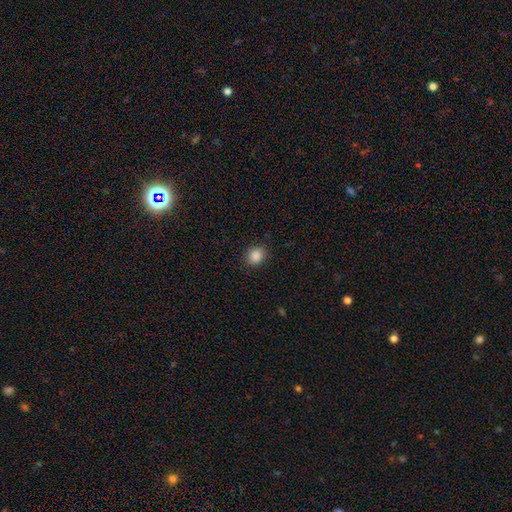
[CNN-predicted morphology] A smooth galaxy with no disk features (87%) that is round (72%). Merging: none (89%).